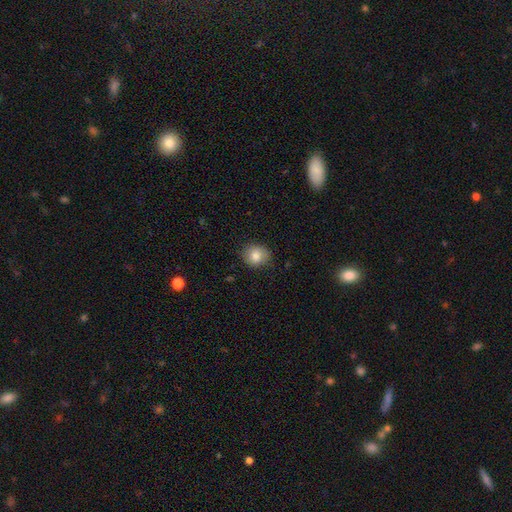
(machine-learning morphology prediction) Q: Smooth or featured?
A: smooth (84%); runner-up: star or artifact (9%)
Q: How rounded?
A: round (69%); runner-up: in between (30%)
Q: Merging?
A: none (83%); runner-up: minor disturbance (13%)